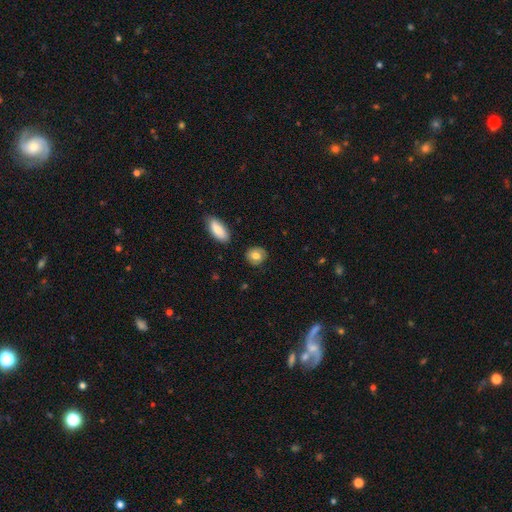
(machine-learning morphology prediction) type=smooth (77%); roundness=round (69%); merging=none (82%).